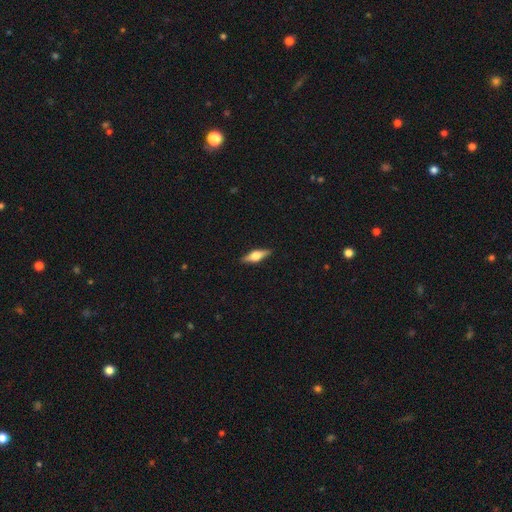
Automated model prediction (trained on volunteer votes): featured or disk 54%, smooth 40%, star or artifact 6%. Down the decision tree: edge-on disk — yes (95%); edge-on bulge — rounded (91%); merging — none (89%).